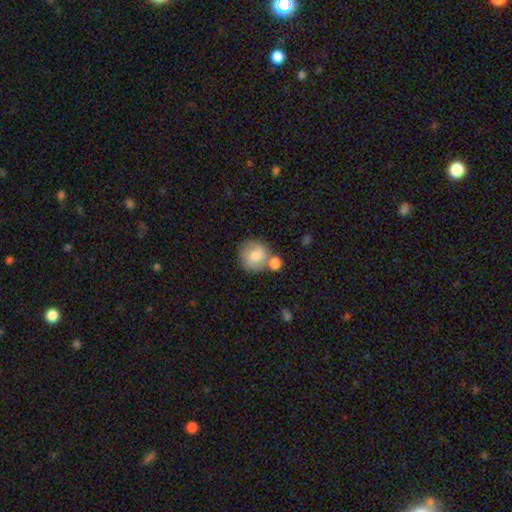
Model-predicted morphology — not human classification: smooth-or-featured: smooth: 78% | featured or disk: 14% | star or artifact: 8%
  how-rounded: round: 85% | in between: 14% | cigar-shaped: 1%
  merging: none: 56% | merger: 24% | minor disturbance: 14% | major disturbance: 5%